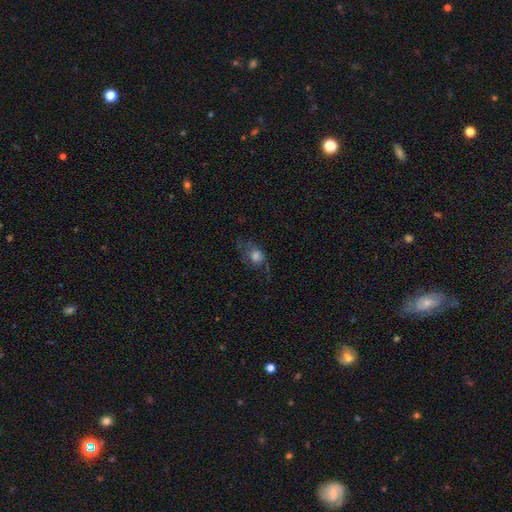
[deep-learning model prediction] Smooth or featured? Predicted: smooth (p=0.52). How rounded? Predicted: round (p=0.51). Merging? Predicted: none (p=0.45).